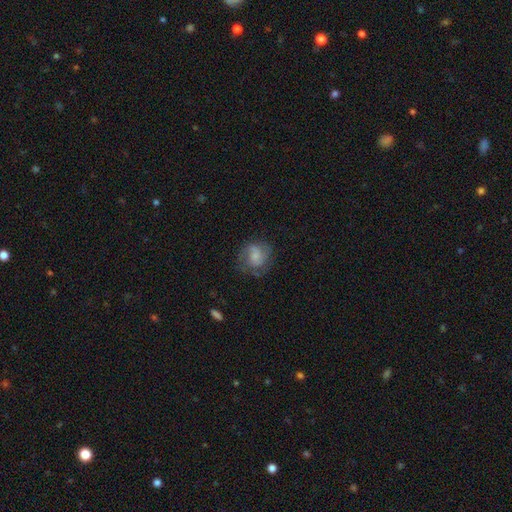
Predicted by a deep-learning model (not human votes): This appears to be a featured or disk galaxy (51%). Merging: none (60%).